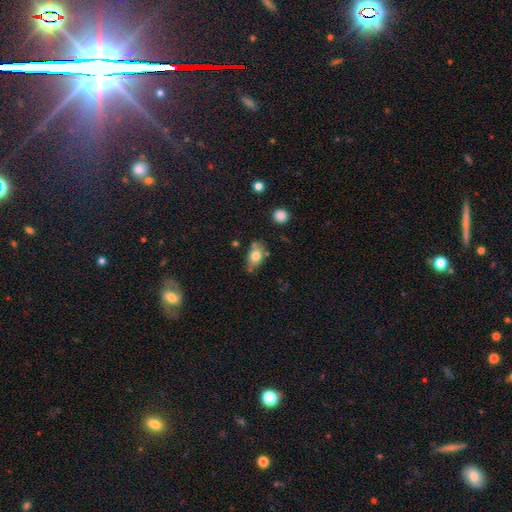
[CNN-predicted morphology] The model was most divided on "merging": none: 62%, minor disturbance: 23%, merger: 10%, major disturbance: 5%. More confident: how rounded — in between (81%); smooth or featured — smooth (76%).